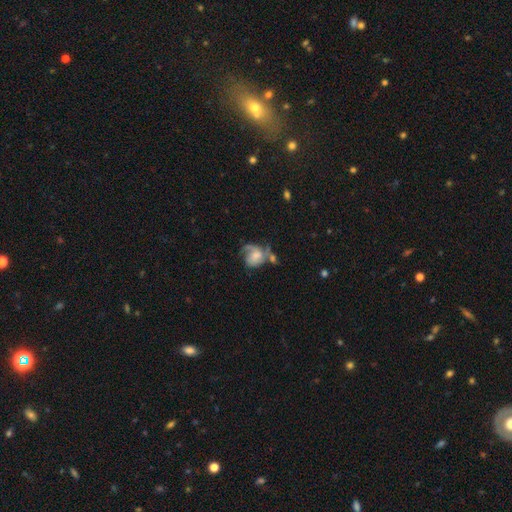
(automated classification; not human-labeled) smooth_or_featured: featured or disk (p=0.63) [alt: smooth p=0.29]
disk_edge_on: no (p=0.97) [alt: yes p=0.03]
bar: no (p=0.67) [alt: weak p=0.28]
has_spiral_arms: yes (p=0.86) [alt: no p=0.14]
spiral_winding: medium (p=0.42) [alt: loose p=0.31]
spiral_arm_count: 2 (p=0.44) [alt: 1 p=0.36]
bulge_size: moderate (p=0.35) [alt: small p=0.27]
merging: none (p=0.32) [alt: major disturbance p=0.26]